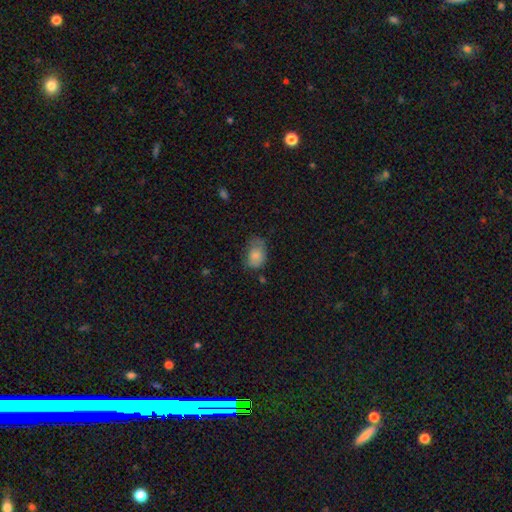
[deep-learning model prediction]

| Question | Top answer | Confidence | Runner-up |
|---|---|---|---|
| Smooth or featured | smooth | 80% | featured or disk (12%) |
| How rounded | in between | 78% | round (21%) |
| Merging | none | 44% | minor disturbance (37%) |